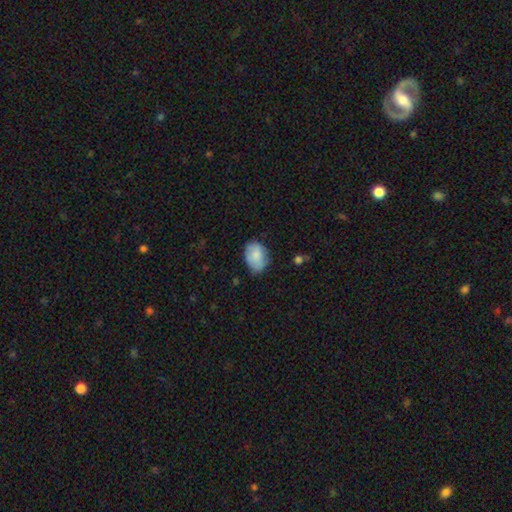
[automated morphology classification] smooth 77%, featured or disk 16%, star or artifact 7%. Down the decision tree: how rounded — in between (80%); merging — none (63%).